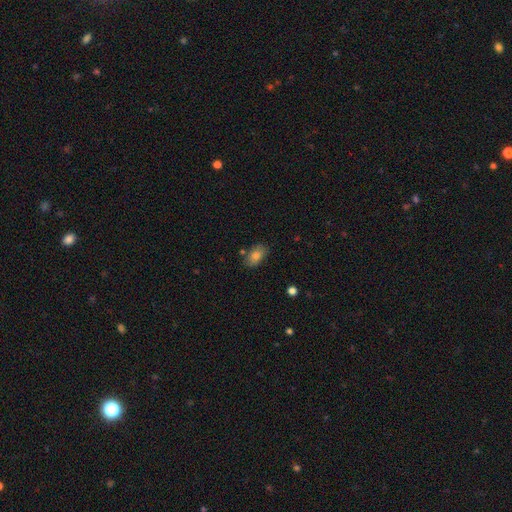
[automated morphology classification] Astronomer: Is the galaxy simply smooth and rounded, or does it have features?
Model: smooth — 80%.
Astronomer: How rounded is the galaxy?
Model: in between — 89%.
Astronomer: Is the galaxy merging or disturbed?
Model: none — 78%.